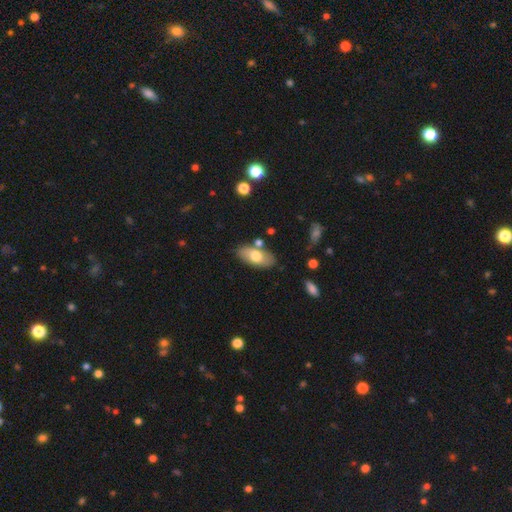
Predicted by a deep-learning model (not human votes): Smooth or featured: smooth — 70% (featured or disk — 23%)
How rounded: in between — 91% (cigar-shaped — 6%)
Merging: none — 76% (minor disturbance — 14%)